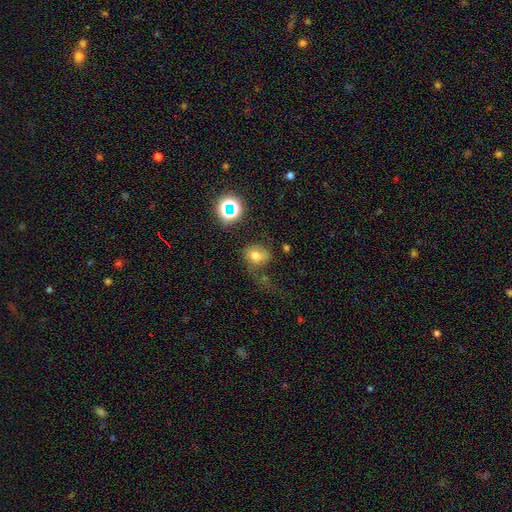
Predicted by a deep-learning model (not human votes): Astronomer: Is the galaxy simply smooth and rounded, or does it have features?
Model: smooth — 66%.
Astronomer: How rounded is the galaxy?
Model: round — 56% (runner-up: in between, 43%).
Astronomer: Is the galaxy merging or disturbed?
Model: none — 39% (runner-up: major disturbance, 29%).